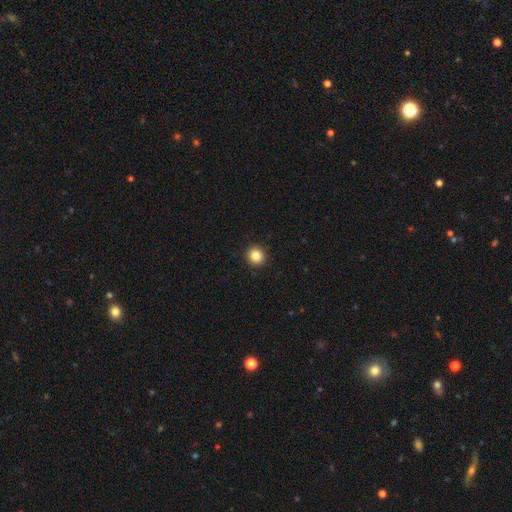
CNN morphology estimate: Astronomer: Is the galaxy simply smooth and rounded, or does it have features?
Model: smooth — 85%.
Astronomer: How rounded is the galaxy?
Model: round — 93%.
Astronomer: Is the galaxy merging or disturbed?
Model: none — 93%.